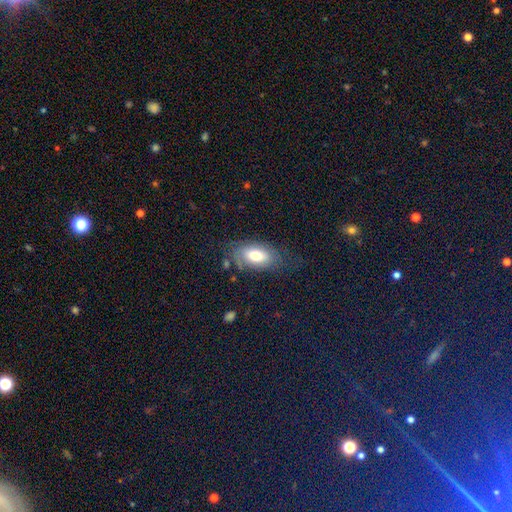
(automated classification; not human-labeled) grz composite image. It shows a smooth galaxy with no disk features (67%) that is in between round and cigar-shaped (91%). Merging: none (65%).